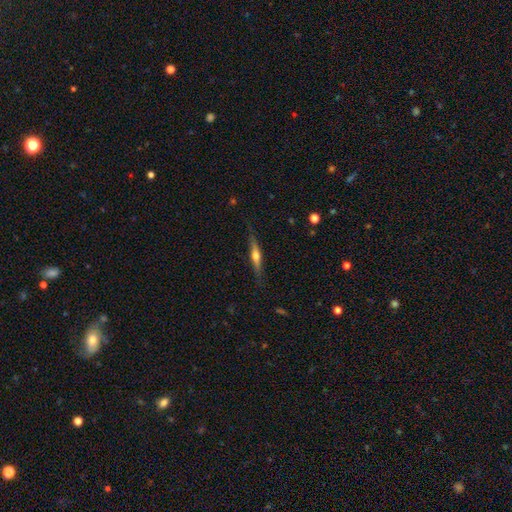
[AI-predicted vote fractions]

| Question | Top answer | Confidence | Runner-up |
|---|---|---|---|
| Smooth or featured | featured or disk | 61% | smooth (33%) |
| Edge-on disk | yes | 96% | no (4%) |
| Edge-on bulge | rounded | 90% | none (7%) |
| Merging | none | 83% | minor disturbance (13%) |